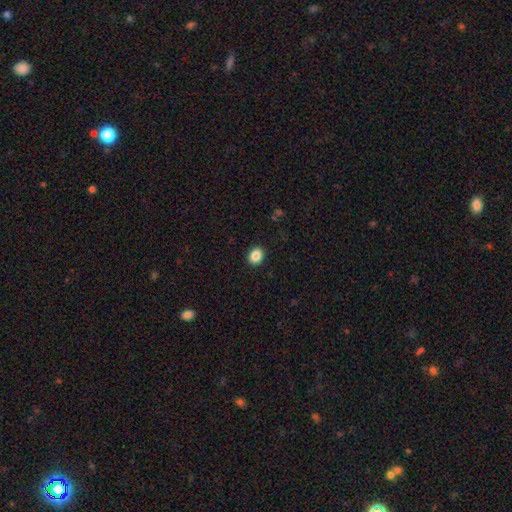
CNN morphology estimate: smooth 87%, star or artifact 9%, featured or disk 4%. Down the decision tree: how rounded — round (56%); merging — none (91%).